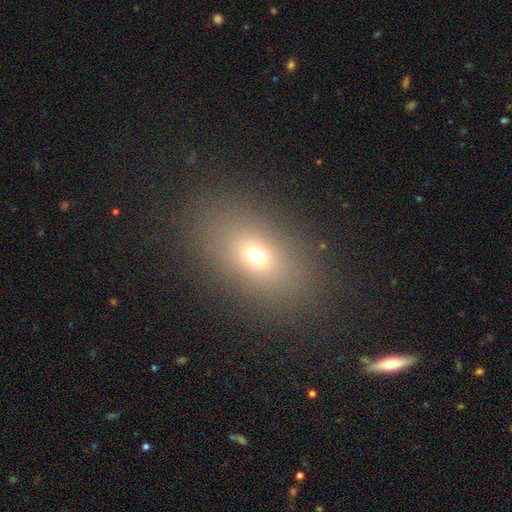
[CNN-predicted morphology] Smooth or featured: smooth — 67% (star or artifact — 18%)
How rounded: in between — 79% (round — 18%)
Merging: none — 85% (minor disturbance — 9%)